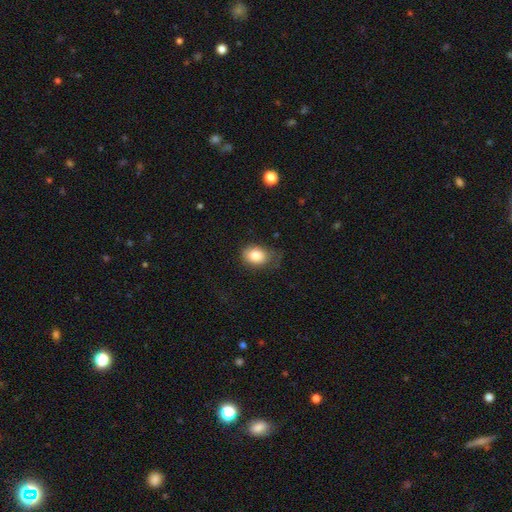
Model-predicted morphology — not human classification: smooth_or_featured: smooth (p=0.83) [alt: featured or disk p=0.08]
how_rounded: in between (p=0.68) [alt: round p=0.31]
merging: none (p=0.59) [alt: minor disturbance p=0.30]